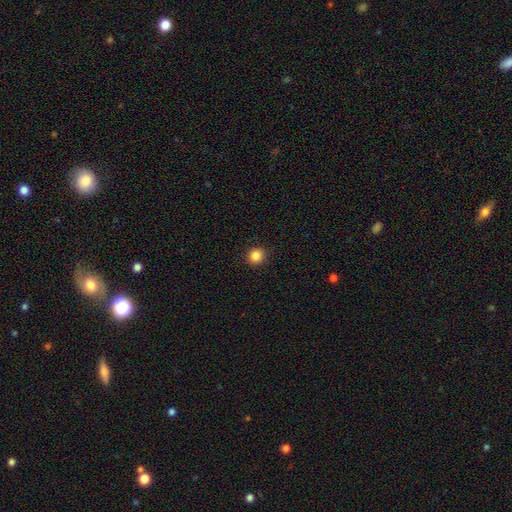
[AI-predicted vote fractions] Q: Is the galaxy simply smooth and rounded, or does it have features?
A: smooth — 86%.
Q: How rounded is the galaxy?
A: round — 92%.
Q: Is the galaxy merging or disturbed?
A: none — 92%.